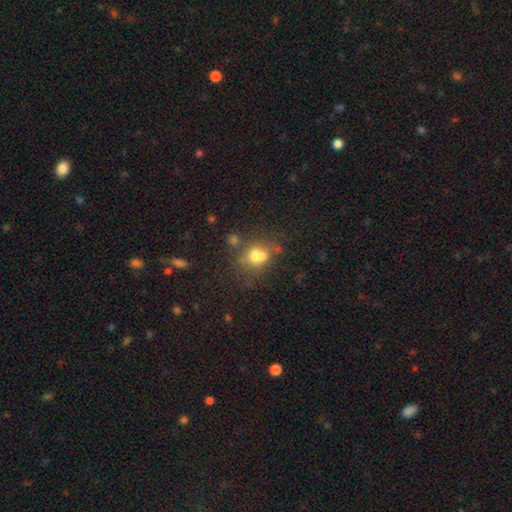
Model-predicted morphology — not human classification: smooth-or-featured: smooth: 65% | featured or disk: 19% | star or artifact: 15%
  how-rounded: round: 72% | in between: 27% | cigar-shaped: 1%
  merging: none: 41% | merger: 39% | minor disturbance: 13% | major disturbance: 7%